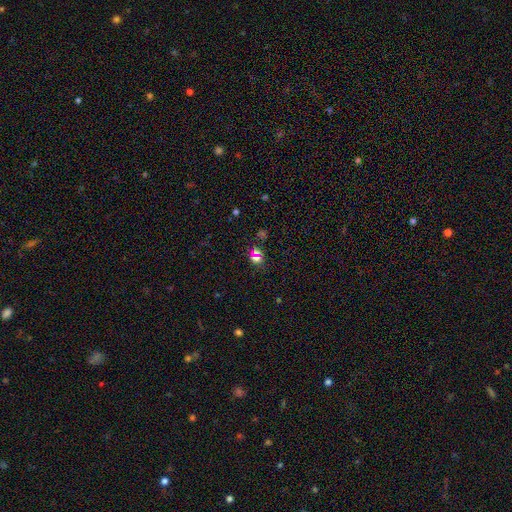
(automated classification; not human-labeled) A smooth galaxy with no disk features (49%).

Vote fractions:
- Smooth or featured? smooth: 49% / star or artifact: 42% / featured or disk: 9%
- Merging? none: 71% / merger: 14% / minor disturbance: 10% / major disturbance: 5%